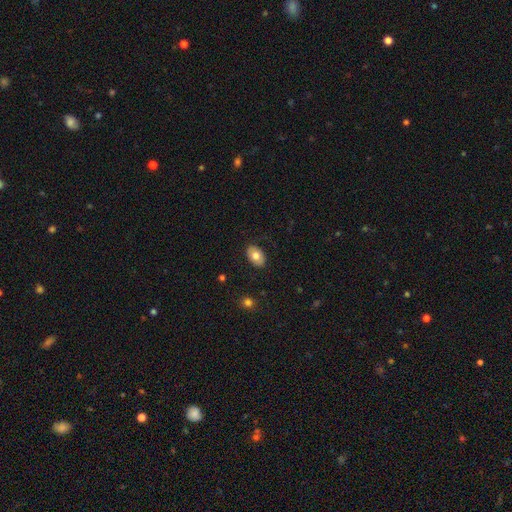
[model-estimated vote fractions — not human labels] smooth-or-featured: smooth: 76% | featured or disk: 17% | star or artifact: 7%
  how-rounded: in between: 88% | round: 11% | cigar-shaped: 1%
  merging: none: 86% | minor disturbance: 11% | major disturbance: 3% | merger: 1%